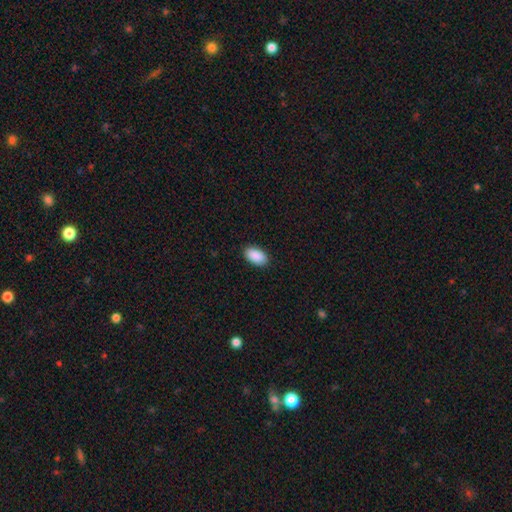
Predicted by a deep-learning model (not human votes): Smooth or featured? Predicted: smooth (p=0.91). How rounded? Predicted: in between (p=0.95). Merging? Predicted: none (p=0.90).